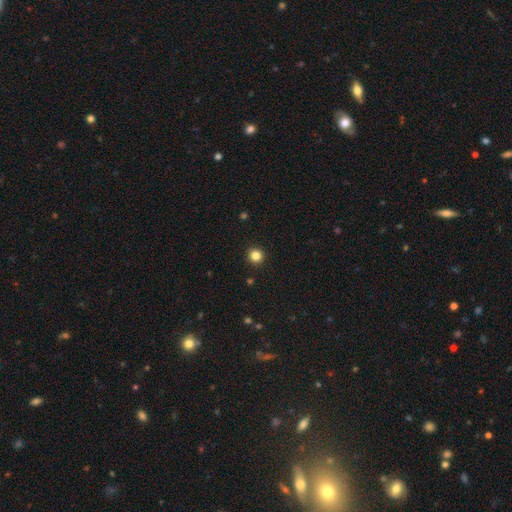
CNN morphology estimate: Q: Smooth or featured?
A: smooth (84%); runner-up: star or artifact (12%)
Q: How rounded?
A: round (94%); runner-up: in between (5%)
Q: Merging?
A: none (93%); runner-up: minor disturbance (5%)